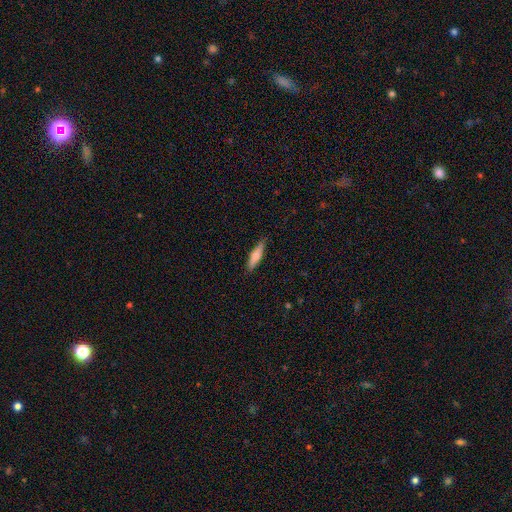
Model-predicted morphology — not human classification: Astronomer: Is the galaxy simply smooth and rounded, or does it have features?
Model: smooth — 69%.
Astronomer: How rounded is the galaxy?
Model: cigar-shaped — 78%.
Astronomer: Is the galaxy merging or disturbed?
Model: none — 87%.